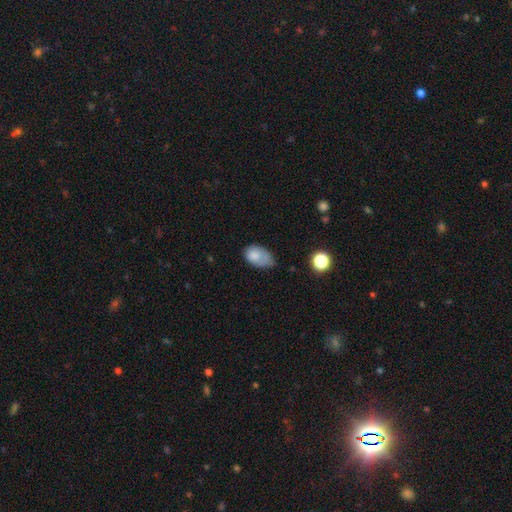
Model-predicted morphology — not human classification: Smooth or featured? smooth (78%)
How rounded? in between (89%)
Merging? minor disturbance (41%)